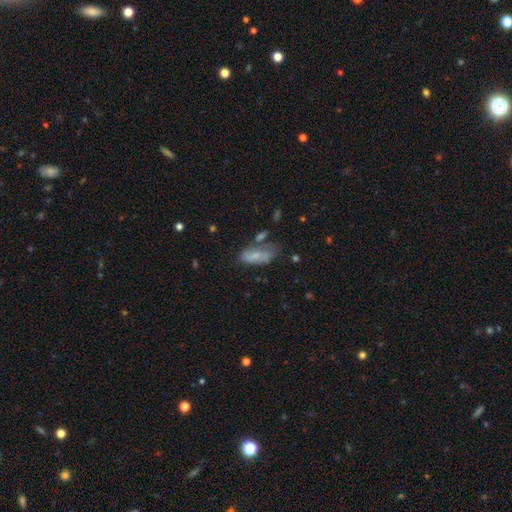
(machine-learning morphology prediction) Smooth or featured? smooth (69%)
How rounded? in between (80%)
Merging? none (47%)